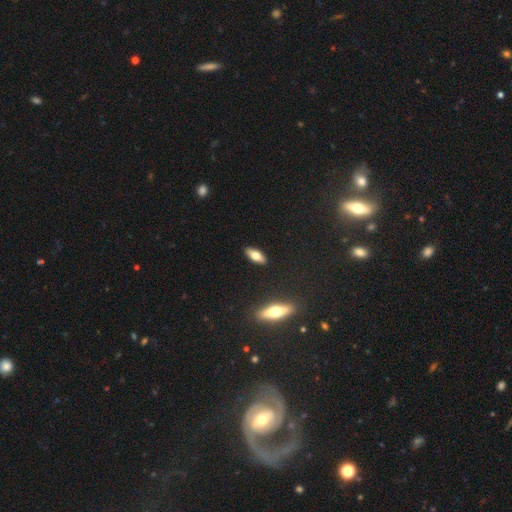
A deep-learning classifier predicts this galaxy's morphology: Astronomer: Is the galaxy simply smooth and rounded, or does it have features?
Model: smooth — 66%.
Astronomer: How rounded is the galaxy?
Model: in between — 69%.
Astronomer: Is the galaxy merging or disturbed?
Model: none — 90%.